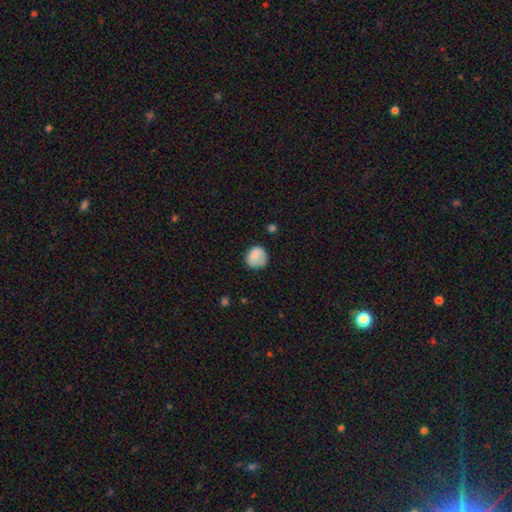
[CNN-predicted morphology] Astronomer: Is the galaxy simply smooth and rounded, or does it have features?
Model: smooth — 82%.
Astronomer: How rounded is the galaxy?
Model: round — 80%.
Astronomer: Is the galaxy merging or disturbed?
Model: none — 67%.